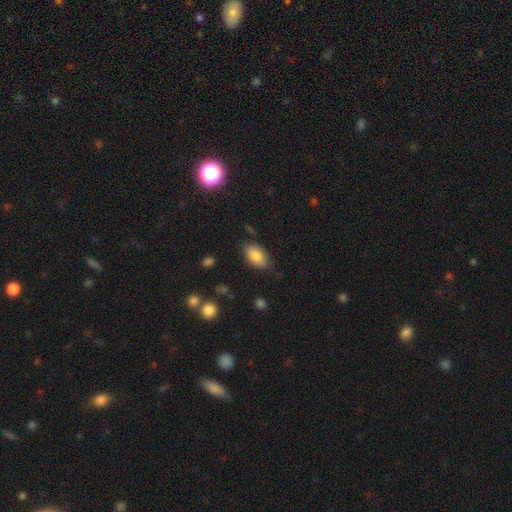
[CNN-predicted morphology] smooth-or-featured: smooth: 83% | featured or disk: 10% | star or artifact: 7%
  how-rounded: in between: 92% | round: 7% | cigar-shaped: 2%
  merging: none: 78% | minor disturbance: 17% | major disturbance: 4% | merger: 2%